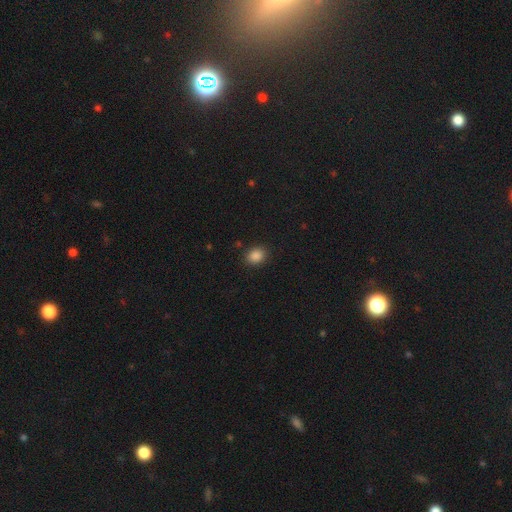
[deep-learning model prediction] Smooth or featured?
  - smooth: 87% *
  - star or artifact: 10%
  - featured or disk: 3%
How rounded?
  - round: 51% *
  - in between: 48%
  - cigar-shaped: 1%
Merging?
  - none: 88% *
  - minor disturbance: 8%
  - major disturbance: 2%
  - merger: 1%